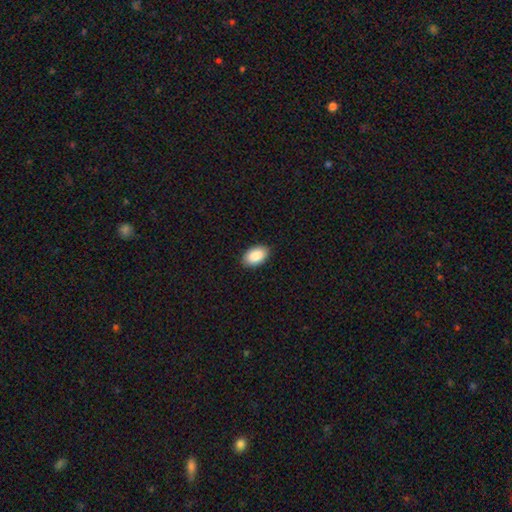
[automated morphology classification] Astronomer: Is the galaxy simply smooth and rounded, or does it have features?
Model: smooth — 89%.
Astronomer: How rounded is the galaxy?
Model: in between — 94%.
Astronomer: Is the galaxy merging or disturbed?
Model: none — 90%.